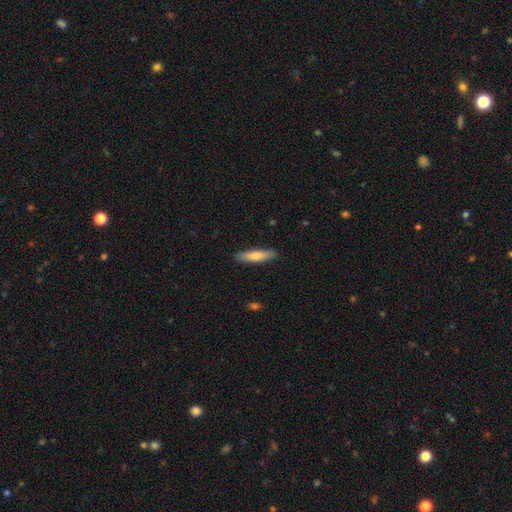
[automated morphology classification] Smooth or featured? smooth (69%)
How rounded? cigar-shaped (80%)
Merging? none (90%)